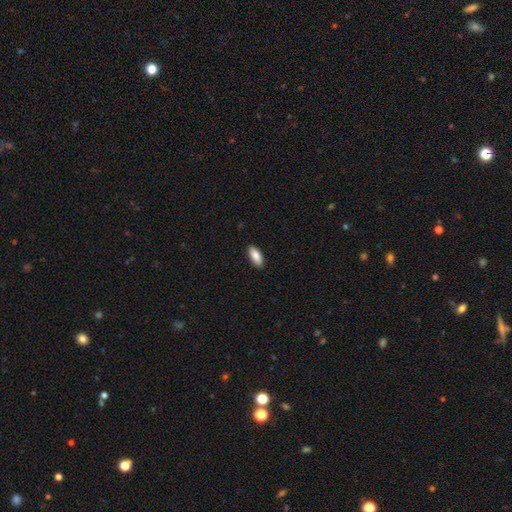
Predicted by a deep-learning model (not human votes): Overall: smooth (87%). How rounded: in between (84%). Merging: none (90%).